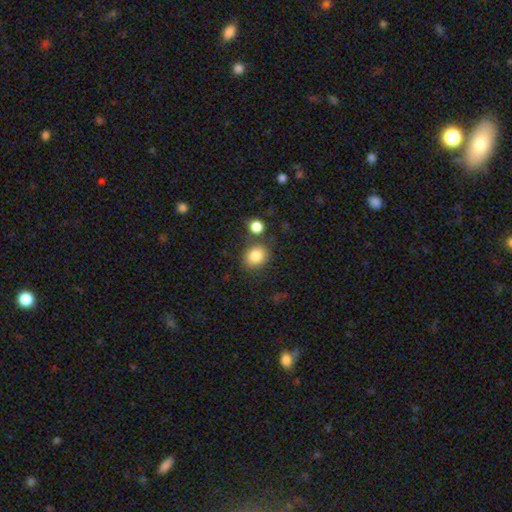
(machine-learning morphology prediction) smooth_or_featured: smooth (p=0.84) [alt: star or artifact p=0.10]
how_rounded: round (p=0.67) [alt: in between p=0.33]
merging: none (p=0.75) [alt: minor disturbance p=0.12]